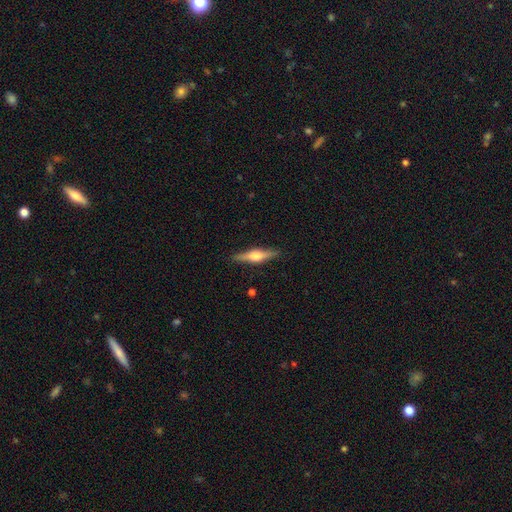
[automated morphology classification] Smooth or featured? featured or disk (67%)
Edge-on disk? yes (97%)
Edge-on bulge? rounded (89%)
Merging? none (90%)